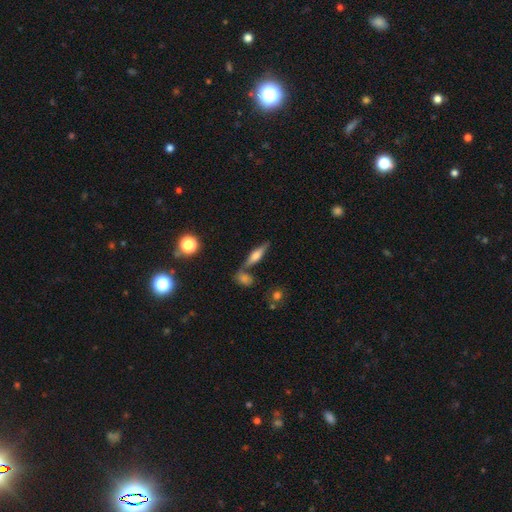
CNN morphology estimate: The model was most divided on "smooth or featured": featured or disk: 54%, smooth: 38%, star or artifact: 8%. More confident: edge-on disk — yes (93%); merging — none (69%).